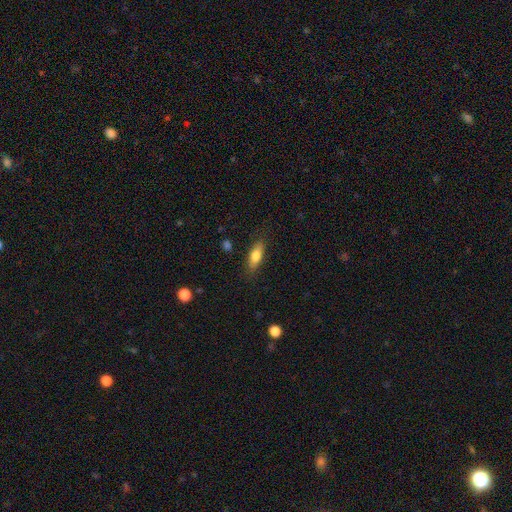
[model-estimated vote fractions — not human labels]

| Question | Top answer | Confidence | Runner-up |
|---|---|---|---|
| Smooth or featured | smooth | 74% | featured or disk (19%) |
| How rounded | in between | 64% | cigar-shaped (32%) |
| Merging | none | 83% | minor disturbance (12%) |